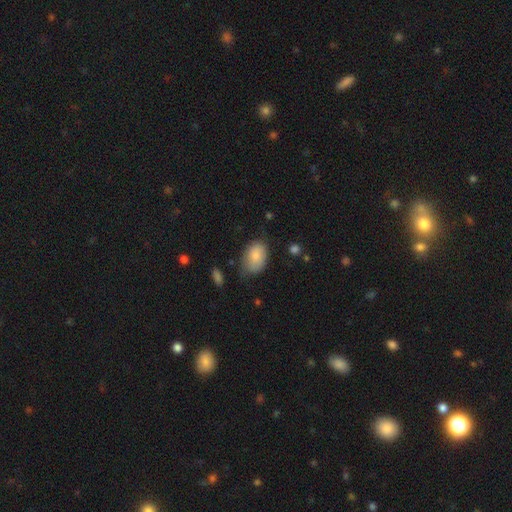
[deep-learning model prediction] Smooth or featured? smooth (82%)
How rounded? in between (84%)
Merging? none (58%)